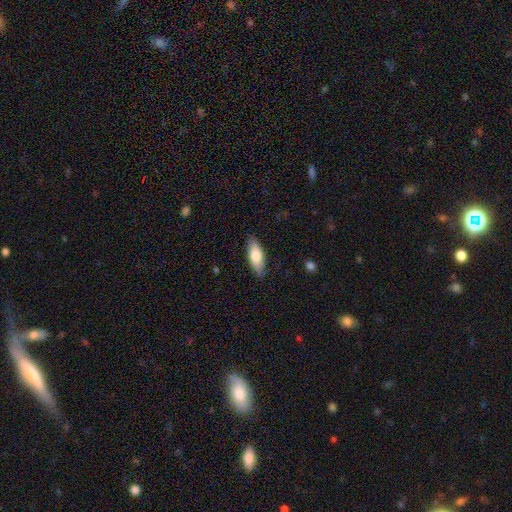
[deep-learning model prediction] Smooth or featured?
  - smooth: 78% *
  - featured or disk: 17%
  - star or artifact: 6%
How rounded?
  - in between: 71% *
  - cigar-shaped: 27%
  - round: 2%
Merging?
  - none: 86% *
  - minor disturbance: 11%
  - major disturbance: 2%
  - merger: 1%